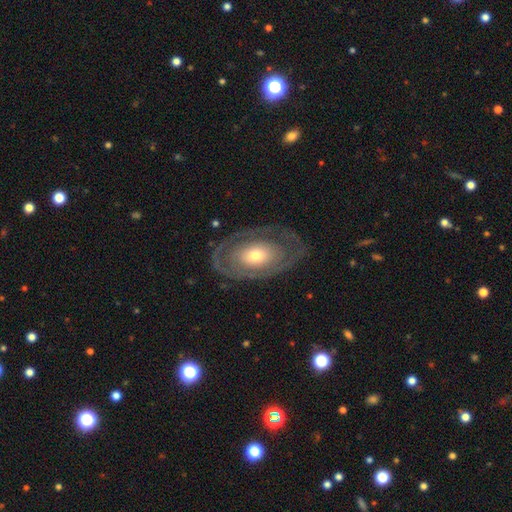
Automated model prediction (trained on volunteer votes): A featured or disk galaxy (69%) with no bar (83%), no spiral arms (54%) and a moderate central bulge (59%).

Vote fractions:
- Smooth or featured? featured or disk: 69% / smooth: 26% / star or artifact: 5%
- Edge-on disk? no: 92% / yes: 8%
- Bar? no: 83% / weak: 12% / strong: 5%
- Spiral arms? no: 54% / yes: 46%
- Bulge size? moderate: 59% / small: 28% / large: 11% / dominant: 2% / none: 1%
- Merging? none: 76% / minor disturbance: 14% / major disturbance: 9% / merger: 1%